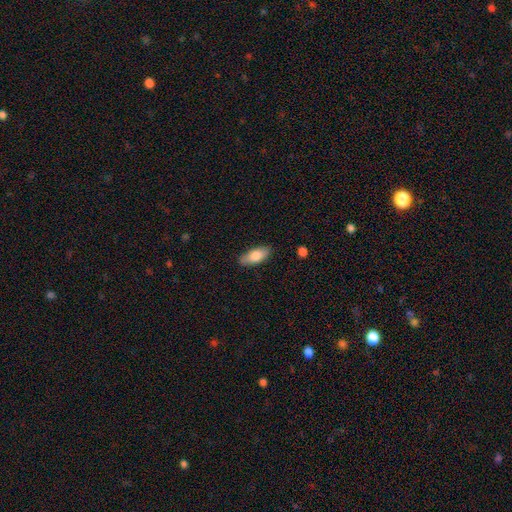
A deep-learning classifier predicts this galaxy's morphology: Q: Smooth or featured?
A: smooth (79%); runner-up: featured or disk (15%)
Q: How rounded?
A: in between (80%); runner-up: cigar-shaped (17%)
Q: Merging?
A: none (86%); runner-up: minor disturbance (11%)